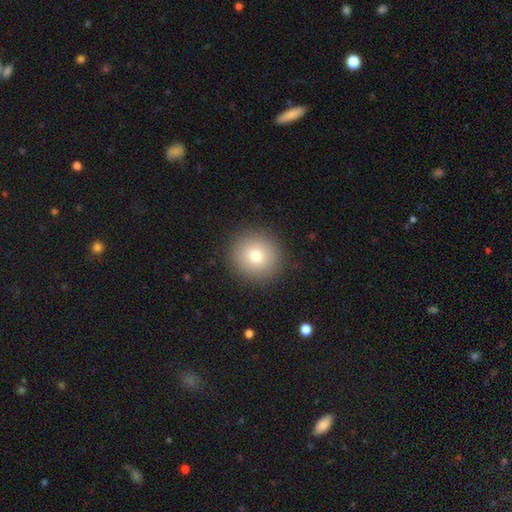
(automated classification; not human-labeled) Smooth or featured: smooth — 78% (star or artifact — 11%)
How rounded: round — 93% (in between — 6%)
Merging: none — 91% (minor disturbance — 6%)